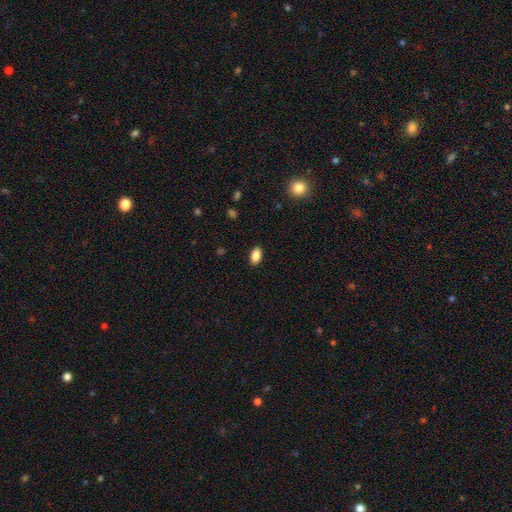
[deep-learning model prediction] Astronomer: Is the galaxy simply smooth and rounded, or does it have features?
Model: smooth — 87%.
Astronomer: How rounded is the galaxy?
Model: in between — 92%.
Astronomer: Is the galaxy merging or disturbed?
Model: none — 89%.